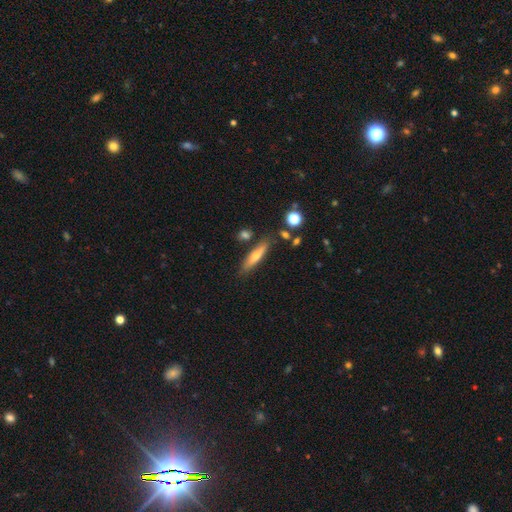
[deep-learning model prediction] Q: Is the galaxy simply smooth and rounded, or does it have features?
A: smooth — 57%.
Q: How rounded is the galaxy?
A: cigar-shaped — 81%.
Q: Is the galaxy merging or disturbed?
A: none — 80%.